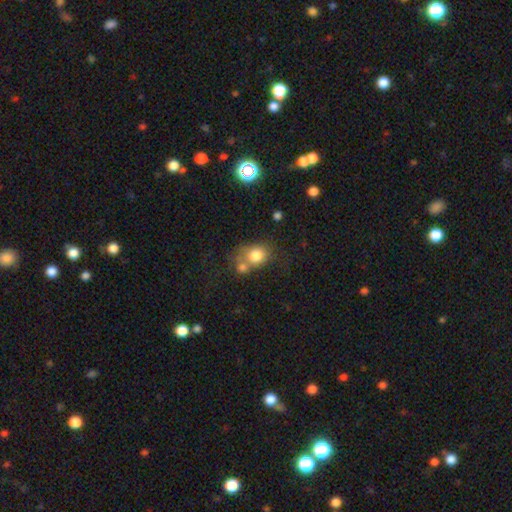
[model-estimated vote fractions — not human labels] Smooth or featured: smooth — 79% (featured or disk — 11%)
How rounded: round — 58% (in between — 41%)
Merging: merger — 41% (none — 37%)